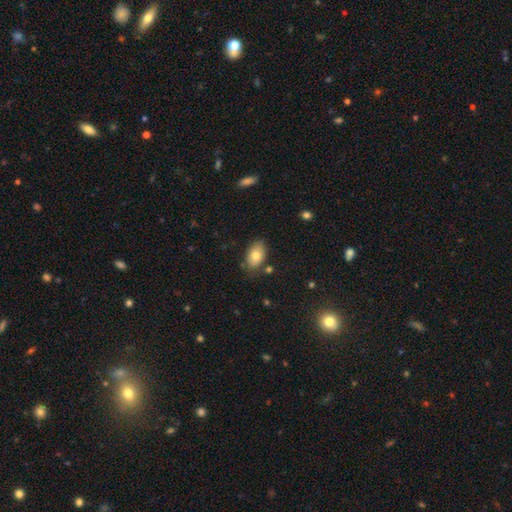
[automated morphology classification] smooth_or_featured: smooth (p=0.79) [alt: featured or disk p=0.14]
how_rounded: in between (p=0.90) [alt: round p=0.08]
merging: none (p=0.77) [alt: minor disturbance p=0.16]